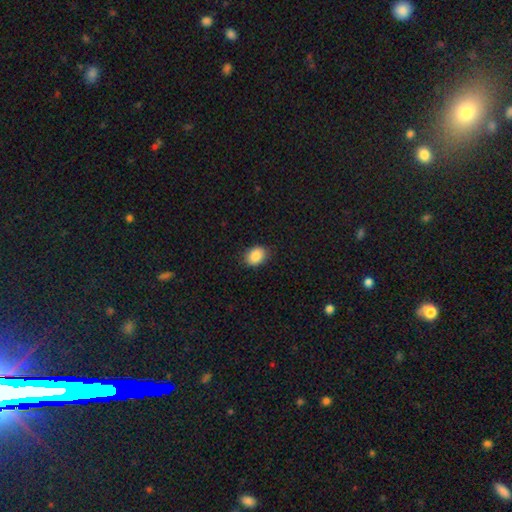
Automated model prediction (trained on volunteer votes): Q: Smooth or featured?
A: smooth (87%); runner-up: star or artifact (8%)
Q: How rounded?
A: in between (69%); runner-up: round (30%)
Q: Merging?
A: none (87%); runner-up: minor disturbance (9%)